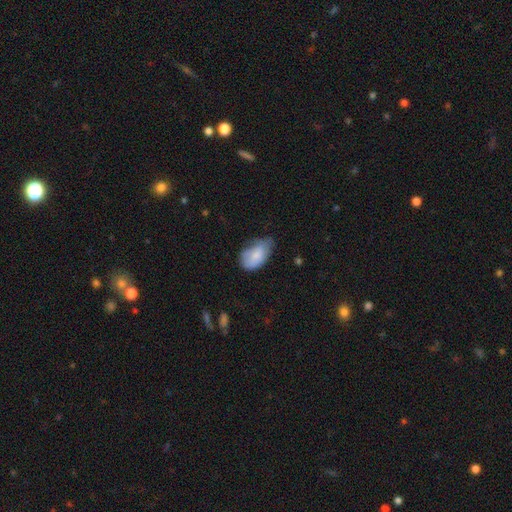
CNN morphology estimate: Smooth or featured? smooth (76%)
How rounded? in between (92%)
Merging? minor disturbance (46%)